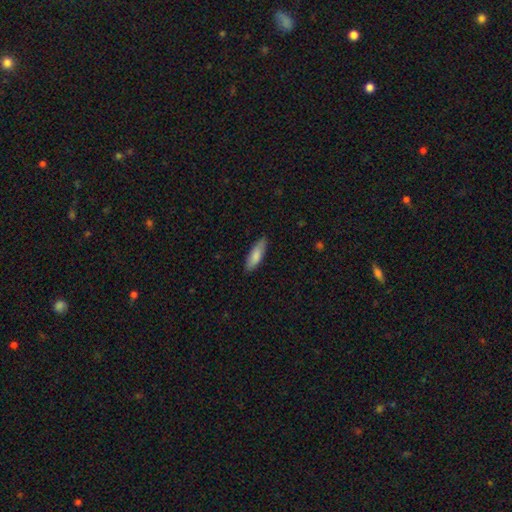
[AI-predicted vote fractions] This appears to be a smooth galaxy with no disk features (84%) that is in between round and cigar-shaped (50%). Merging: none (85%).